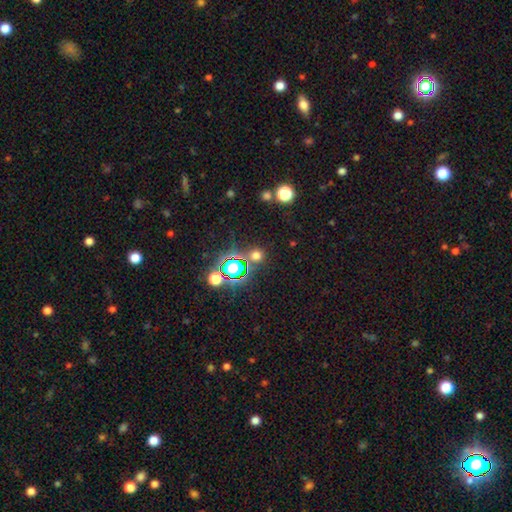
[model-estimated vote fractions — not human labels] Smooth or featured? smooth (57%)
How rounded? round (88%)
Merging? none (80%)